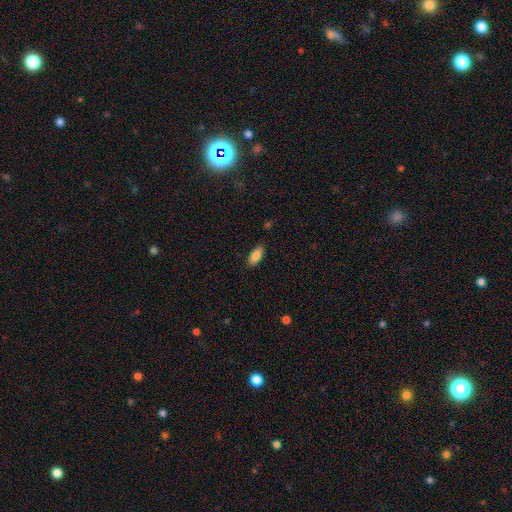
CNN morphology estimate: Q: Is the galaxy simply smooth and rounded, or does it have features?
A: smooth — 85%.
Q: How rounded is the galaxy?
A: in between — 87%.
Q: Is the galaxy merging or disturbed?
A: none — 85%.